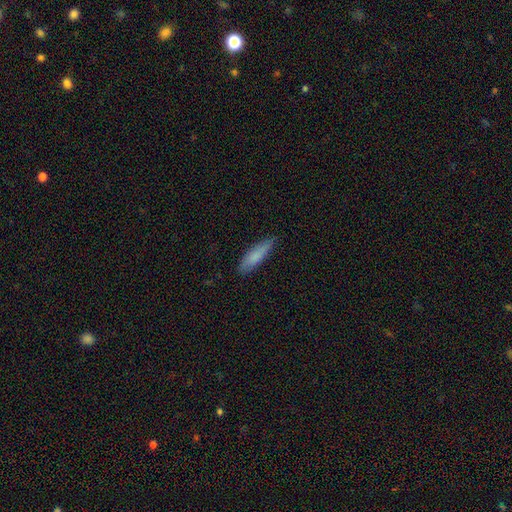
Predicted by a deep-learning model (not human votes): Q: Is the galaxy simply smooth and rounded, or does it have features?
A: smooth — 81%.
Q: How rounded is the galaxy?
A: cigar-shaped — 70%.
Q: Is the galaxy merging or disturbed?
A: none — 81%.